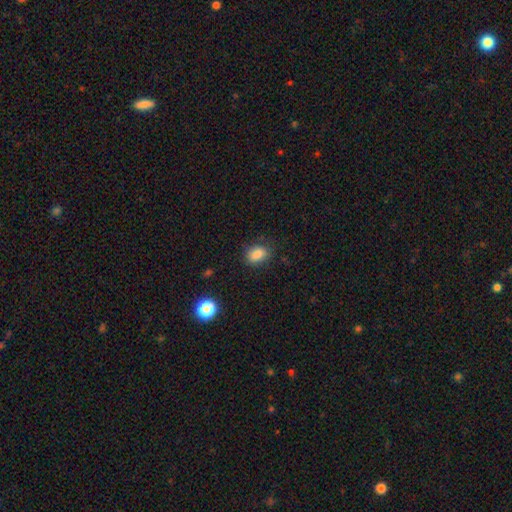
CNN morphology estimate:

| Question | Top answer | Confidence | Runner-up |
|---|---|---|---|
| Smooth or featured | smooth | 85% | star or artifact (10%) |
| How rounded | in between | 79% | round (19%) |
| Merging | none | 78% | minor disturbance (16%) |